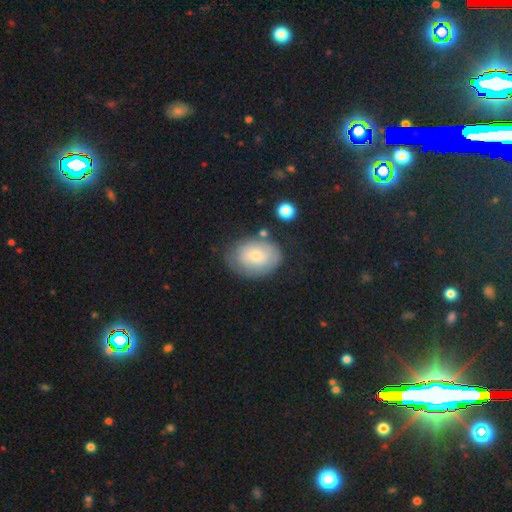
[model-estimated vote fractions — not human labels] A smooth galaxy with no disk features (59%) that is in between round and cigar-shaped (57%). Merging: none (65%).